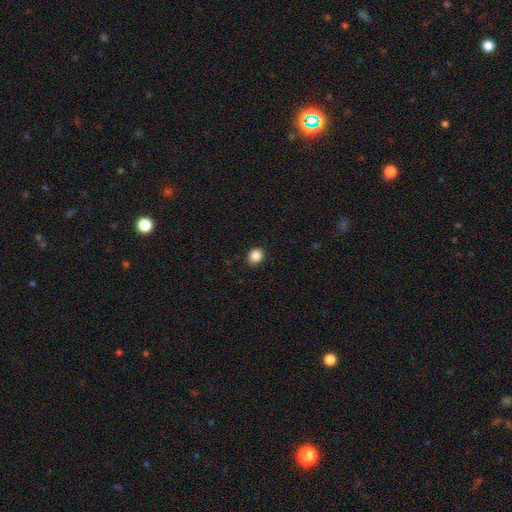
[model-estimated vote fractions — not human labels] Smooth or featured: smooth — 86% (star or artifact — 10%)
How rounded: round — 76% (in between — 24%)
Merging: none — 91% (minor disturbance — 6%)